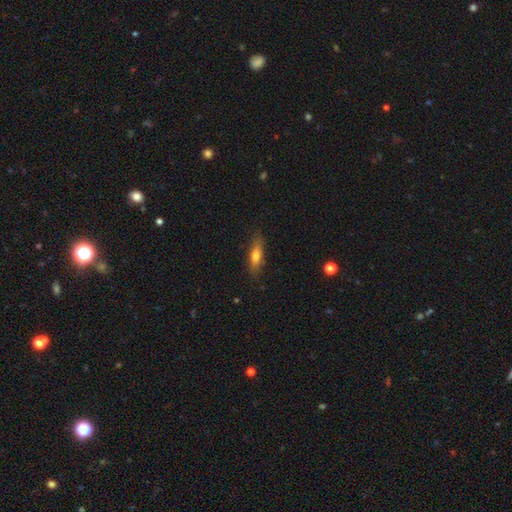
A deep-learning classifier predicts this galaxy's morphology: Smooth or featured?
  - smooth: 69% *
  - featured or disk: 24%
  - star or artifact: 7%
How rounded?
  - cigar-shaped: 54% *
  - in between: 44%
  - round: 3%
Merging?
  - none: 81% *
  - minor disturbance: 14%
  - major disturbance: 3%
  - merger: 1%